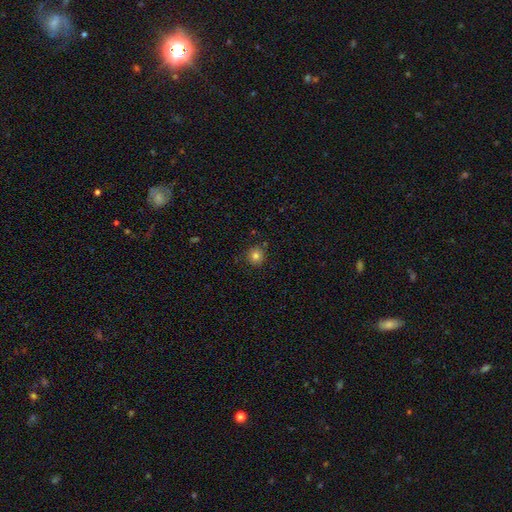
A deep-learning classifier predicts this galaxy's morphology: This is clearly a smooth galaxy (81%). How rounded: clearly round (93%). Merging: clearly none (88%).